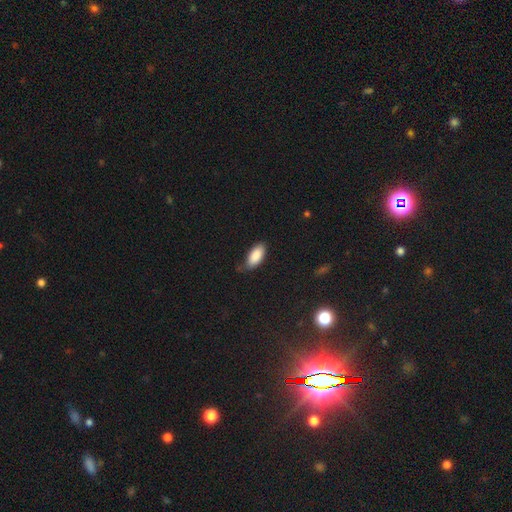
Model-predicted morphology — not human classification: Smooth or featured? Predicted: smooth (p=0.88). How rounded? Predicted: in between (p=0.90). Merging? Predicted: none (p=0.68).